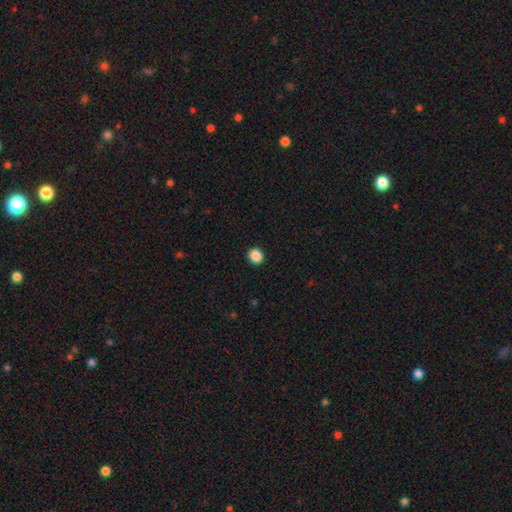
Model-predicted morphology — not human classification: Smooth or featured? Predicted: smooth (p=0.88). How rounded? Predicted: round (p=0.87). Merging? Predicted: none (p=0.93).